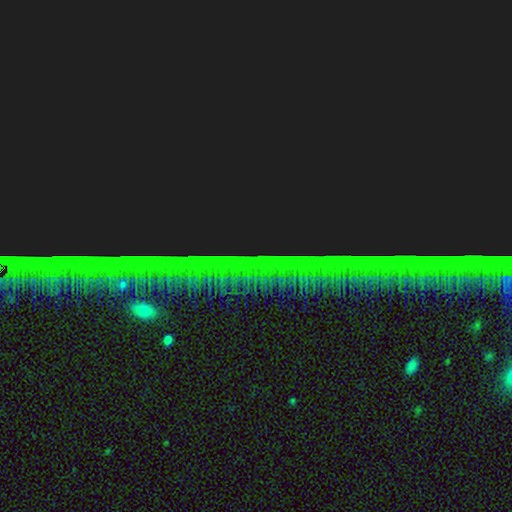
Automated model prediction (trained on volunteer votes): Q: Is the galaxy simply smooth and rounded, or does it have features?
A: star or artifact — 87%.